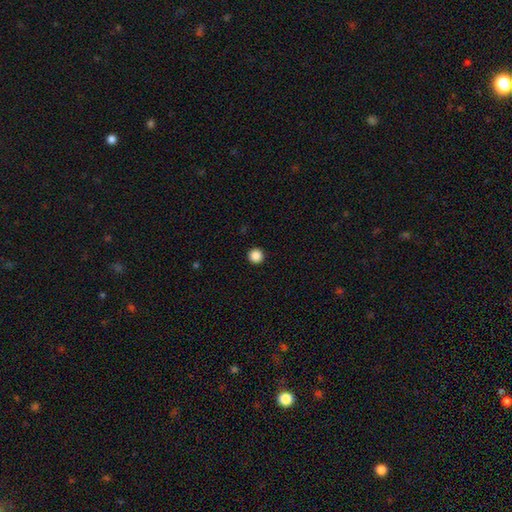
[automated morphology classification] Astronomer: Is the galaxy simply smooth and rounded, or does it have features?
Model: smooth — 87%.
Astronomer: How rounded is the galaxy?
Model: round — 97%.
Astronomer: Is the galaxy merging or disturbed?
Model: none — 94%.